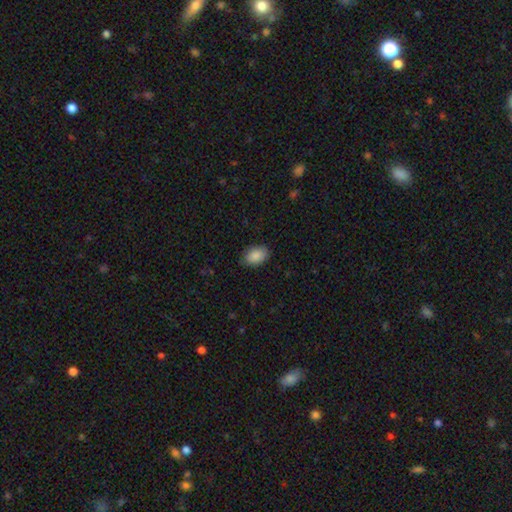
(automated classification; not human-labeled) The model was most divided on "merging": none: 85%, minor disturbance: 12%, major disturbance: 3%, merger: 1%. More confident: smooth or featured — smooth (90%); how rounded — in between (87%).